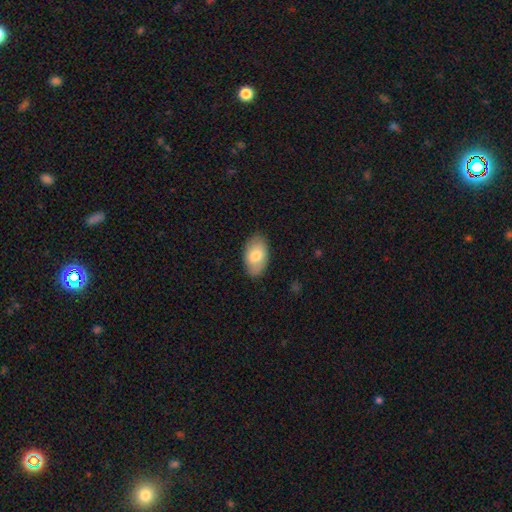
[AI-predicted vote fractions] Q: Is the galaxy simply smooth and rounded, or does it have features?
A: smooth — 76%.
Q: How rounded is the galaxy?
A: in between — 93%.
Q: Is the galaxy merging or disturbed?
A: none — 86%.